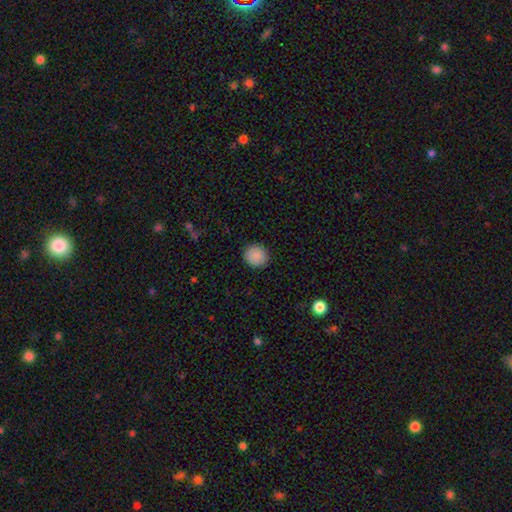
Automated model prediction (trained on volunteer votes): This appears to be a smooth galaxy with no disk features (89%) that is round (88%). Merging: none (91%).